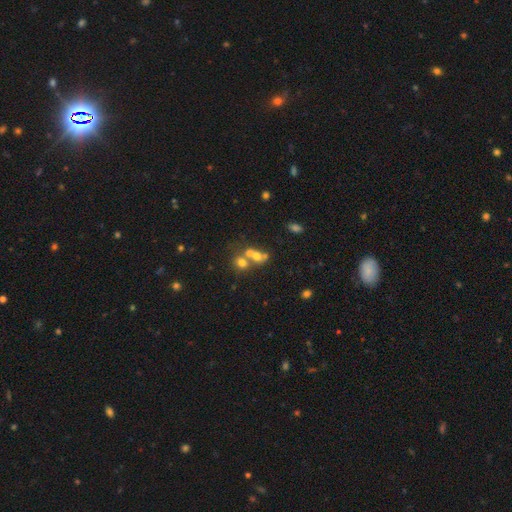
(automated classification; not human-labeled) smooth-or-featured: smooth: 57% | featured or disk: 24% | star or artifact: 19%
  how-rounded: round: 66% | in between: 32% | cigar-shaped: 2%
  merging: merger: 57% | none: 30% | minor disturbance: 7% | major disturbance: 5%